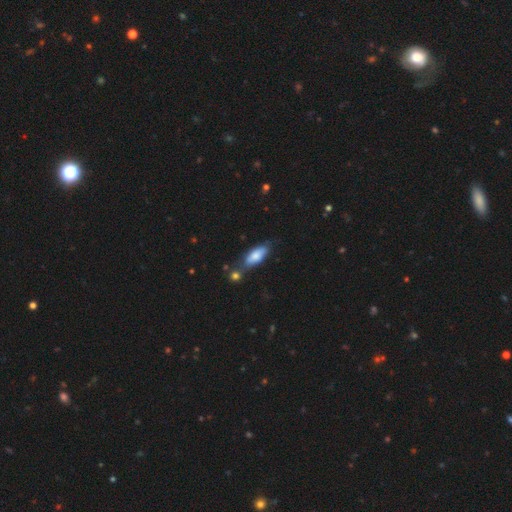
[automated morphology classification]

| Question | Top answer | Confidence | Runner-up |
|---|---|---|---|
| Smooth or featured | smooth | 76% | featured or disk (18%) |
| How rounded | in between | 72% | cigar-shaped (26%) |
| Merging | none | 57% | minor disturbance (21%) |